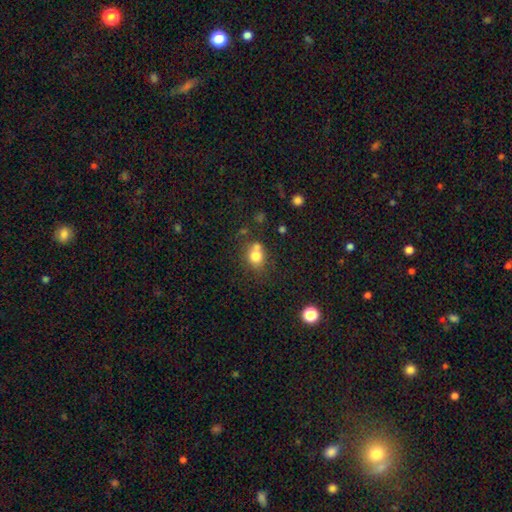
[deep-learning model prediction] smooth_or_featured: smooth (p=0.76) [alt: star or artifact p=0.12]
how_rounded: round (p=0.64) [alt: in between p=0.35]
merging: none (p=0.52) [alt: merger p=0.28]